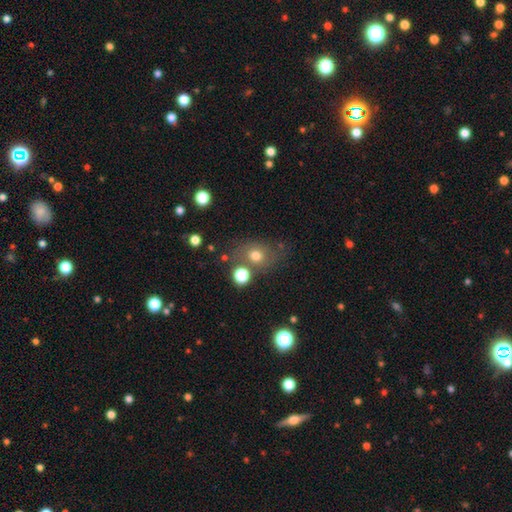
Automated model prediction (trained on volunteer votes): Smooth or featured: smooth — 71% (featured or disk — 15%)
How rounded: round — 55% (in between — 43%)
Merging: none — 64% (minor disturbance — 16%)